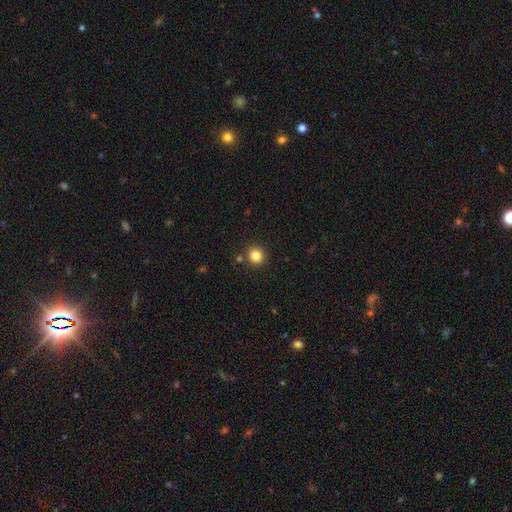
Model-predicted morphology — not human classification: smooth_or_featured: smooth (p=0.83) [alt: star or artifact p=0.12]
how_rounded: round (p=0.92) [alt: in between p=0.07]
merging: none (p=0.89) [alt: minor disturbance p=0.06]